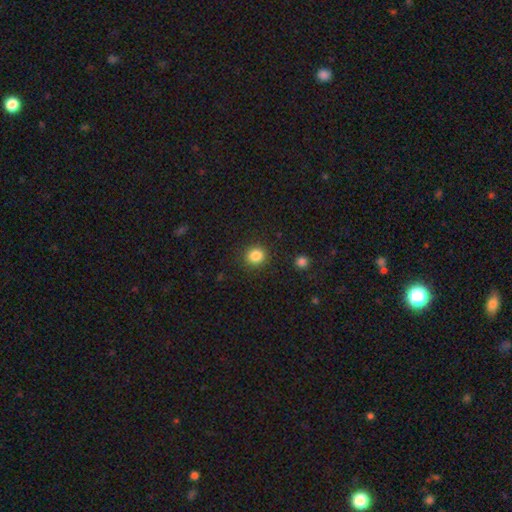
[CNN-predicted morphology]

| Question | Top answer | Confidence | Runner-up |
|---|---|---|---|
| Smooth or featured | smooth | 85% | star or artifact (11%) |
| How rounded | round | 87% | in between (12%) |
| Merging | none | 89% | minor disturbance (7%) |